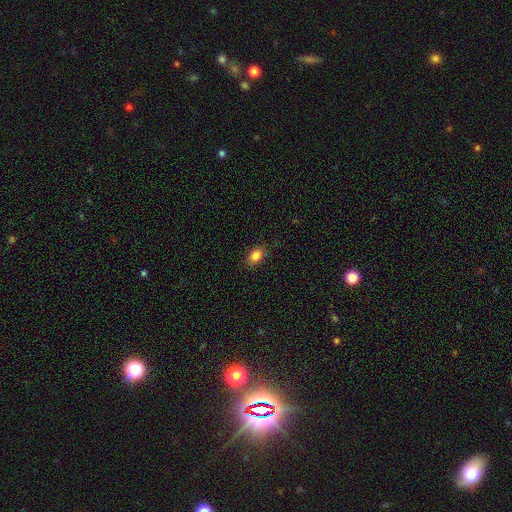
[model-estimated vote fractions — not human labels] Smooth or featured?
  - smooth: 85% *
  - star or artifact: 9%
  - featured or disk: 6%
How rounded?
  - in between: 83% *
  - round: 15%
  - cigar-shaped: 2%
Merging?
  - none: 85% *
  - minor disturbance: 11%
  - major disturbance: 3%
  - merger: 1%